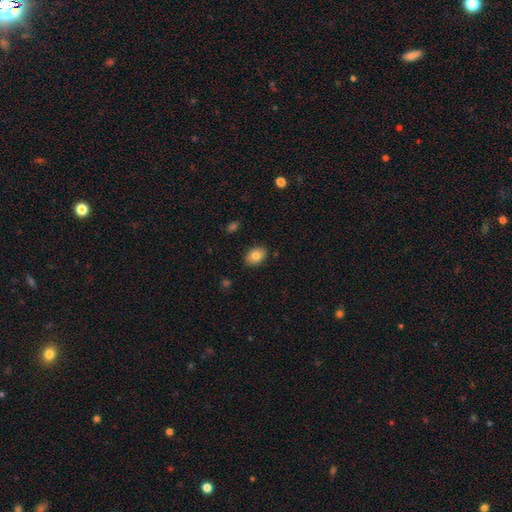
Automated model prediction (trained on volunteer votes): A smooth galaxy with no disk features (82%) that is in between round and cigar-shaped (79%).

Vote fractions:
- Smooth or featured? smooth: 82% / featured or disk: 11% / star or artifact: 8%
- How rounded? in between: 79% / round: 20% / cigar-shaped: 1%
- Merging? none: 87% / minor disturbance: 10% / major disturbance: 2% / merger: 1%